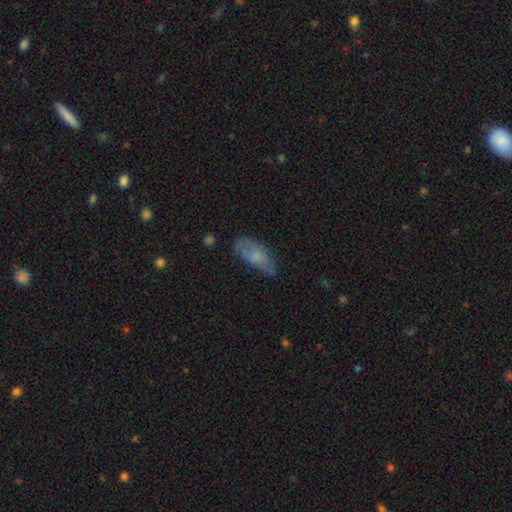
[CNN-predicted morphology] smooth-or-featured: smooth: 64% | featured or disk: 28% | star or artifact: 8%
  how-rounded: in between: 83% | cigar-shaped: 15% | round: 3%
  merging: none: 60% | minor disturbance: 27% | major disturbance: 10% | merger: 3%